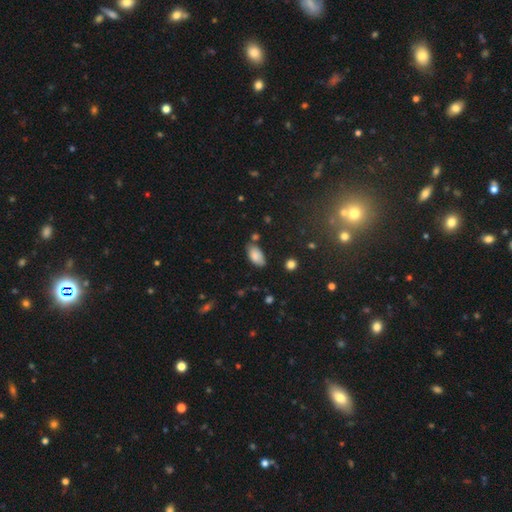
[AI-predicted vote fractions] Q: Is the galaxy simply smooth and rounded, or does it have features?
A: smooth — 85%.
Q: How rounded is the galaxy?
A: in between — 94%.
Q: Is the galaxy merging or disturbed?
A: none — 73%.